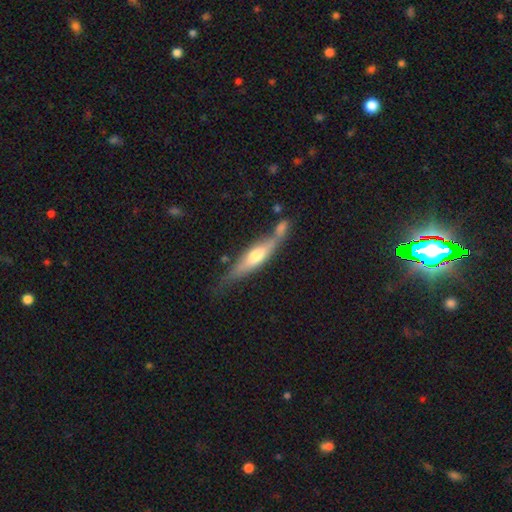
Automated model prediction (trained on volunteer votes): This appears to be a featured or disk galaxy (48%). Merging: none (49%).